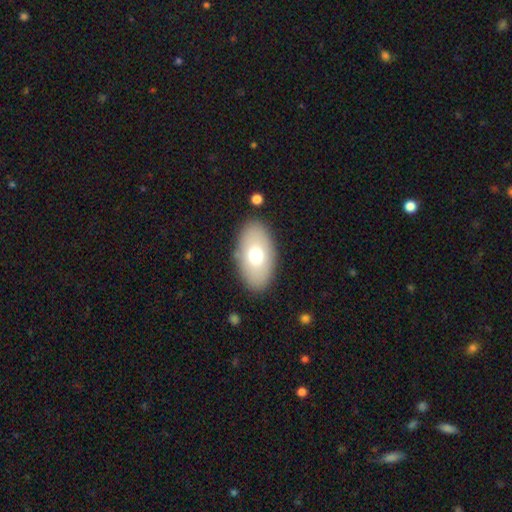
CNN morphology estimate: Overall: smooth (70%). How rounded: in between (93%). Merging: none (86%).